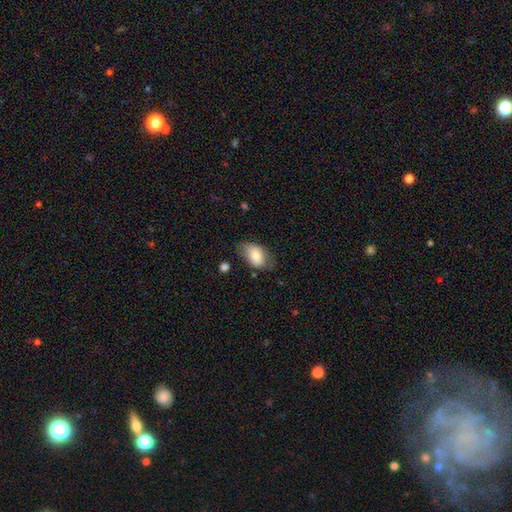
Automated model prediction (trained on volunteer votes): The model was most divided on "merging": none: 60%, minor disturbance: 29%, major disturbance: 8%, merger: 2%. More confident: how rounded — in between (88%); smooth or featured — smooth (78%).